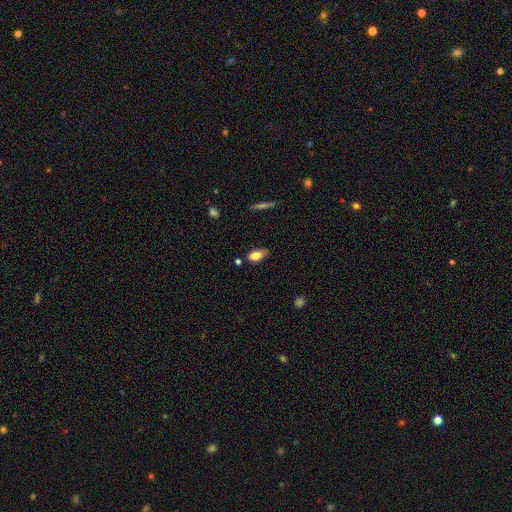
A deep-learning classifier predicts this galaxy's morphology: A smooth galaxy with no disk features (78%) that is in between round and cigar-shaped (87%).

Vote fractions:
- Smooth or featured? smooth: 78% / featured or disk: 14% / star or artifact: 8%
- How rounded? in between: 87% / round: 8% / cigar-shaped: 5%
- Merging? none: 58% / minor disturbance: 31% / major disturbance: 7% / merger: 5%